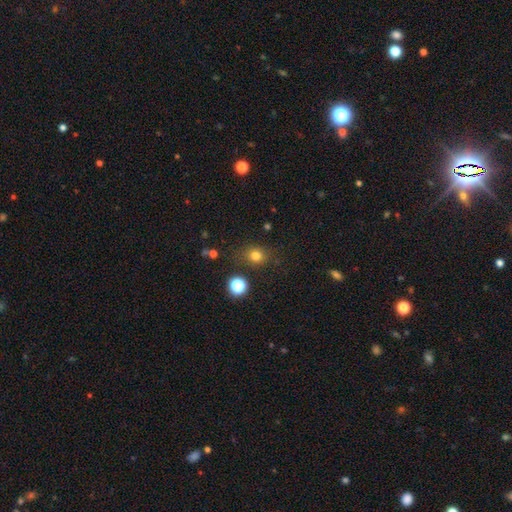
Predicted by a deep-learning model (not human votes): Q: Smooth or featured?
A: smooth (77%); runner-up: star or artifact (17%)
Q: How rounded?
A: round (75%); runner-up: in between (24%)
Q: Merging?
A: none (81%); runner-up: minor disturbance (12%)